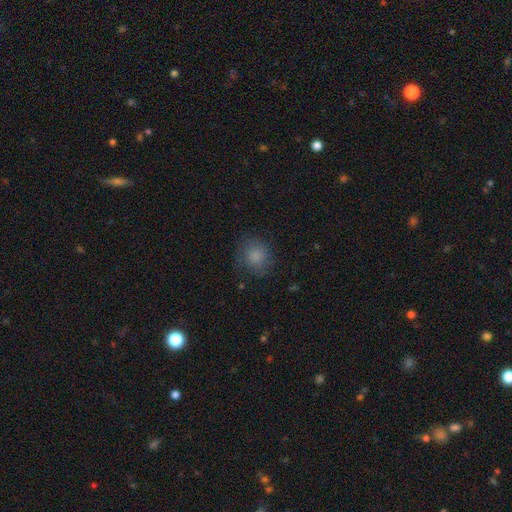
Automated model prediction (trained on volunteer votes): A smooth galaxy with no disk features (82%) that is round (81%).

Vote fractions:
- Smooth or featured? smooth: 82% / star or artifact: 9% / featured or disk: 8%
- How rounded? round: 81% / in between: 18% / cigar-shaped: 1%
- Merging? none: 73% / minor disturbance: 19% / major disturbance: 7% / merger: 1%